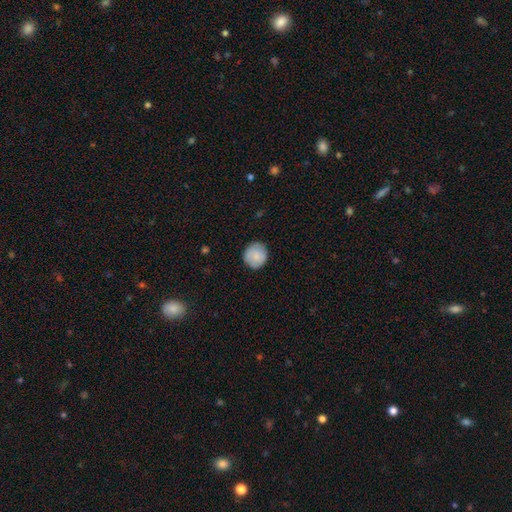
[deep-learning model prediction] This is clearly a smooth galaxy (84%). How rounded: clearly round (90%). Merging: clearly none (86%).